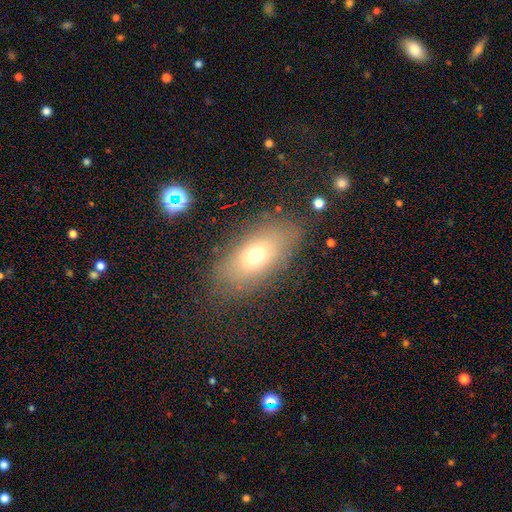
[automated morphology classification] smooth-or-featured: smooth: 67% | featured or disk: 20% | star or artifact: 13%
  how-rounded: in between: 83% | round: 11% | cigar-shaped: 6%
  merging: none: 78% | minor disturbance: 13% | major disturbance: 7% | merger: 2%